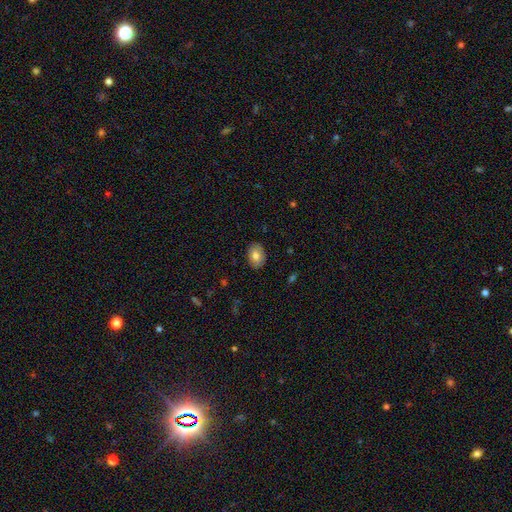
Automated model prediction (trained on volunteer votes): A smooth galaxy with no disk features (79%) that is in between round and cigar-shaped (76%).

Vote fractions:
- Smooth or featured? smooth: 79% / featured or disk: 14% / star or artifact: 7%
- How rounded? in between: 76% / round: 23% / cigar-shaped: 1%
- Merging? none: 87% / minor disturbance: 10% / major disturbance: 2% / merger: 1%